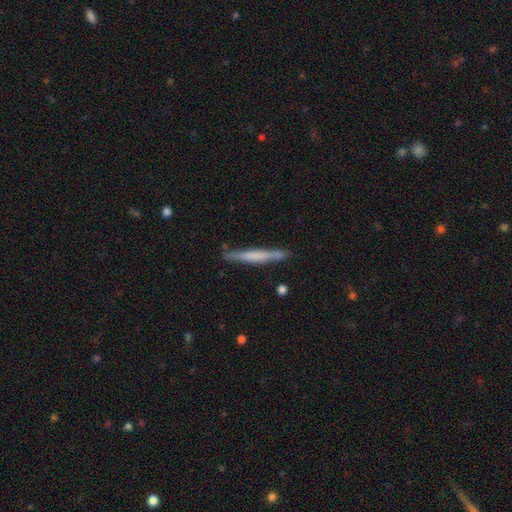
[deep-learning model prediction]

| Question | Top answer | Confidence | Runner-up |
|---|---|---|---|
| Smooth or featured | smooth | 48% | featured or disk (46%) |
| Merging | none | 82% | minor disturbance (13%) |